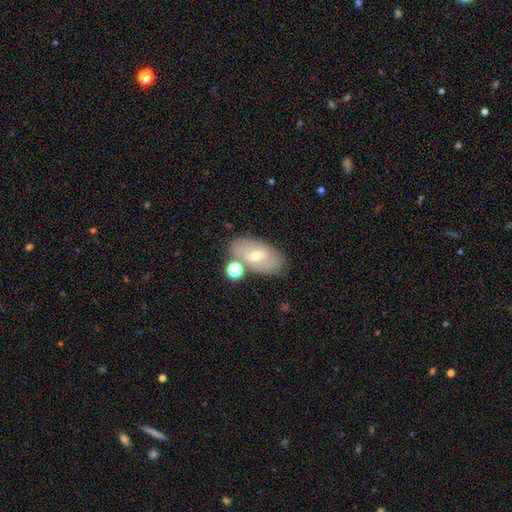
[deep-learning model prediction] smooth_or_featured: featured or disk (p=0.55) [alt: smooth p=0.36]
disk_edge_on: no (p=0.89) [alt: yes p=0.11]
merging: none (p=0.66) [alt: minor disturbance p=0.15]